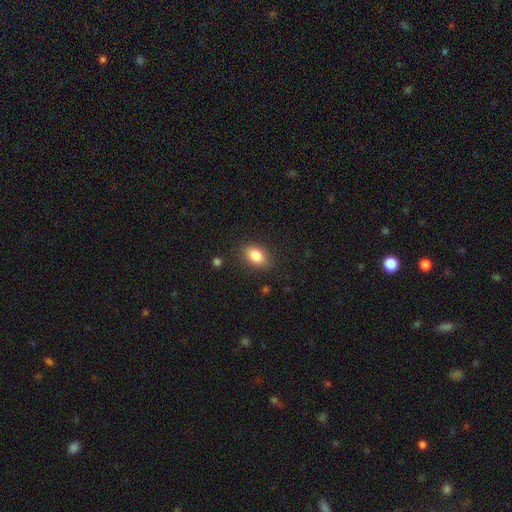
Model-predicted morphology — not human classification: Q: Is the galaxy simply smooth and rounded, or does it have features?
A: smooth — 83%.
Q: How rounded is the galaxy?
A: in between — 83%.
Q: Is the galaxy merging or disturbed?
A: none — 84%.